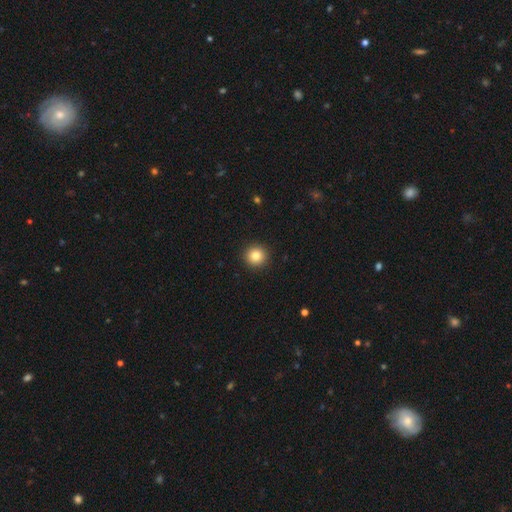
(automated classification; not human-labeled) A smooth galaxy with no disk features (82%) that is round (95%).

Vote fractions:
- Smooth or featured? smooth: 82% / star or artifact: 11% / featured or disk: 7%
- How rounded? round: 95% / in between: 4% / cigar-shaped: 1%
- Merging? none: 93% / minor disturbance: 4% / major disturbance: 2% / merger: 1%